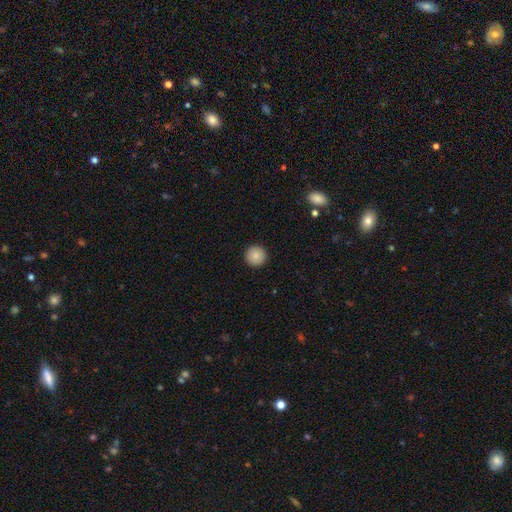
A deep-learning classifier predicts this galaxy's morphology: Smooth or featured? smooth (85%)
How rounded? round (96%)
Merging? none (93%)